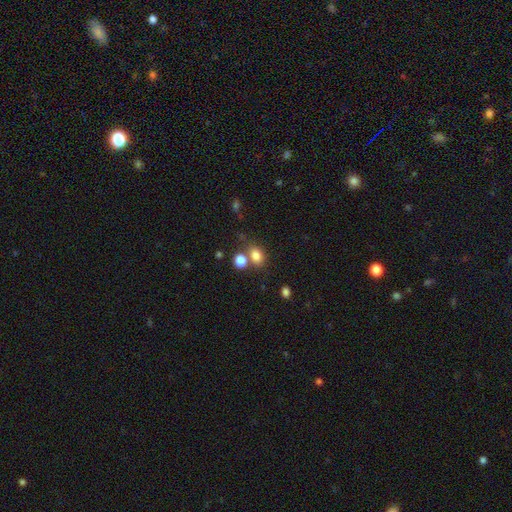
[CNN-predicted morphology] smooth 80%, star or artifact 13%, featured or disk 7%. Down the decision tree: how rounded — in between (56%); merging — none (58%).